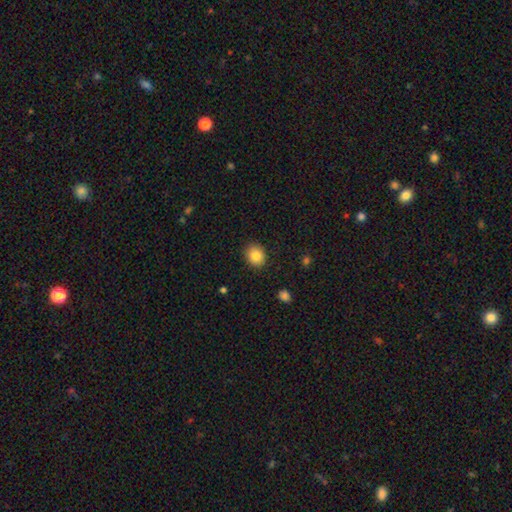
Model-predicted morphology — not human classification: This appears to be a smooth galaxy with no disk features (85%) that is round (61%). Merging: none (88%).